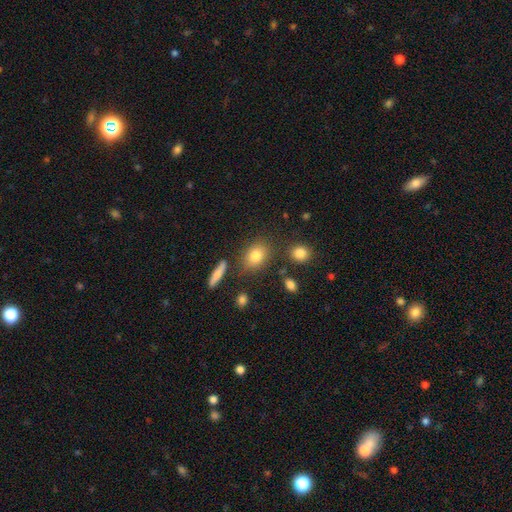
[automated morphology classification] Q: Smooth or featured?
A: smooth (79%); runner-up: featured or disk (10%)
Q: How rounded?
A: in between (61%); runner-up: round (36%)
Q: Merging?
A: none (77%); runner-up: minor disturbance (12%)